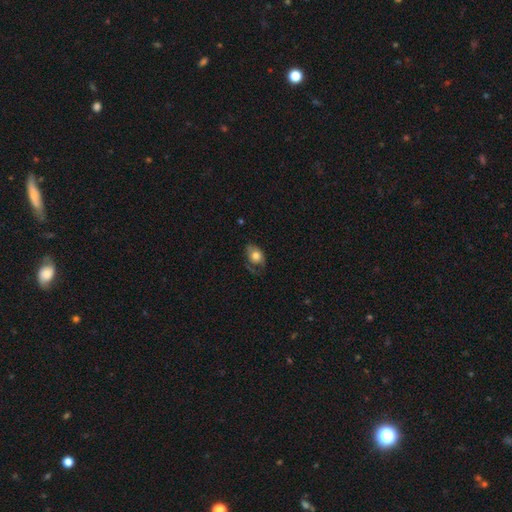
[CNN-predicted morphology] smooth 69%, featured or disk 23%, star or artifact 8%. Down the decision tree: how rounded — in between (77%); merging — none (45%).